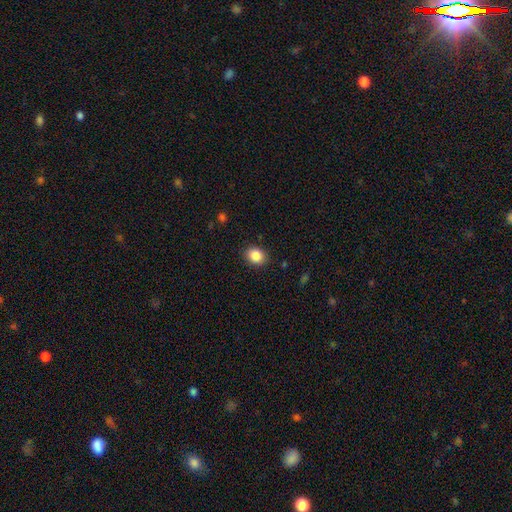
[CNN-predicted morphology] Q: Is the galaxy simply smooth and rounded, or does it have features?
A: smooth — 87%.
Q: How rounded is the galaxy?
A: round — 54%.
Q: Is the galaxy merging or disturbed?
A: none — 88%.